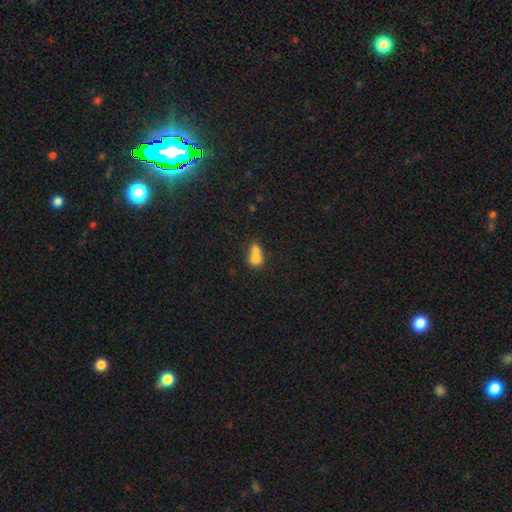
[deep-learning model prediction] Smooth or featured?
  - smooth: 72% *
  - featured or disk: 18%
  - star or artifact: 10%
How rounded?
  - round: 53% *
  - in between: 45%
  - cigar-shaped: 2%
Merging?
  - merger: 71% *
  - none: 20%
  - minor disturbance: 6%
  - major disturbance: 3%